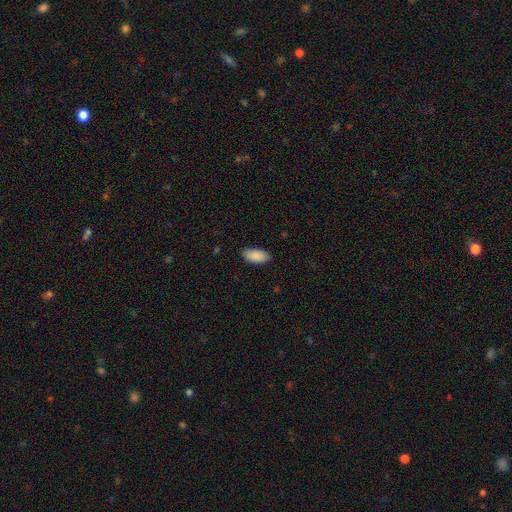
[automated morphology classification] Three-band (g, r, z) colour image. It shows a smooth galaxy with no disk features (91%) that is in between round and cigar-shaped (93%). Merging: none (87%).